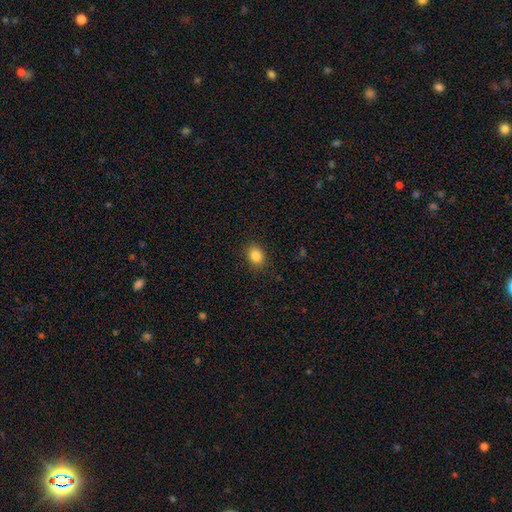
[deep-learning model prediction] This appears to be a smooth galaxy with no disk features (85%) that is round (51%). Merging: none (88%).